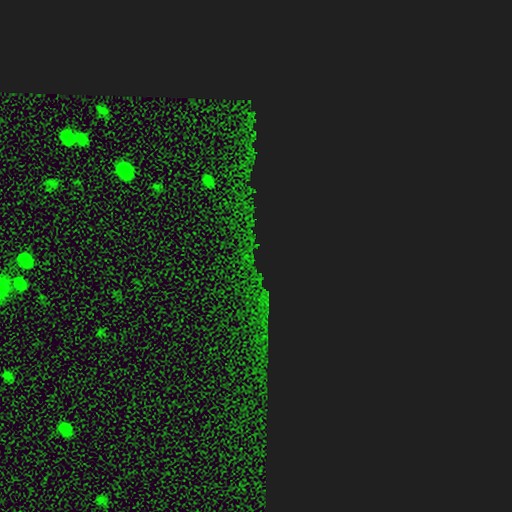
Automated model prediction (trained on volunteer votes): A star or artifact, not a galaxy (85%).